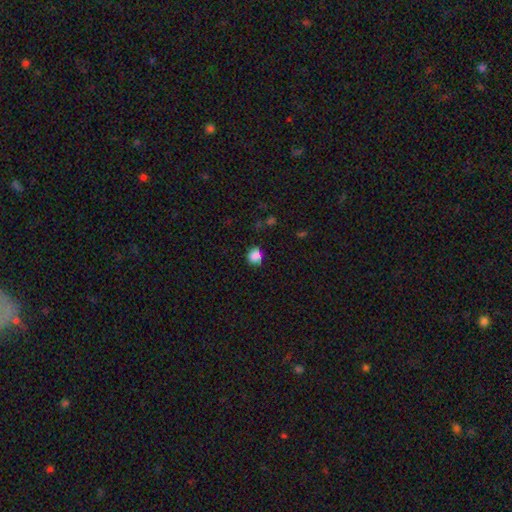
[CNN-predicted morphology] Q: Smooth or featured?
A: smooth (82%); runner-up: star or artifact (13%)
Q: How rounded?
A: round (73%); runner-up: in between (26%)
Q: Merging?
A: none (69%); runner-up: minor disturbance (21%)